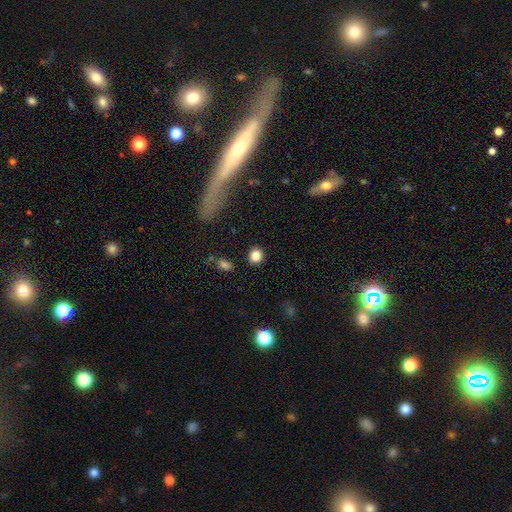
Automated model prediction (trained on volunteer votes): Smooth or featured? Predicted: smooth (p=0.84). How rounded? Predicted: round (p=0.81). Merging? Predicted: none (p=0.88).